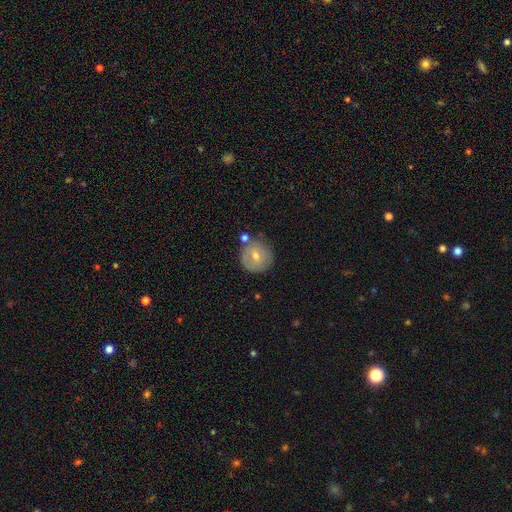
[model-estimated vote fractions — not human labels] Smooth or featured? smooth (56%)
How rounded? round (92%)
Merging? none (75%)